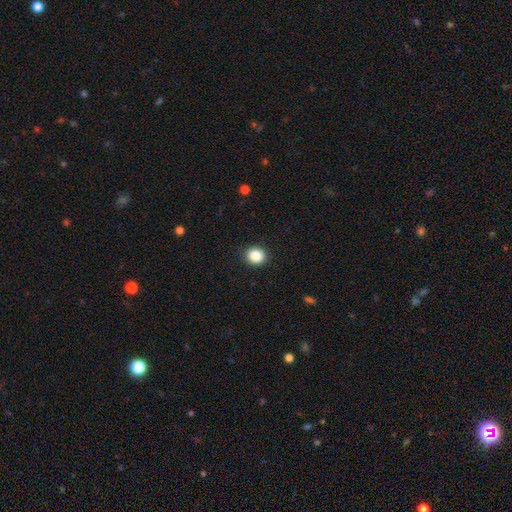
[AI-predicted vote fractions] Q: Smooth or featured?
A: smooth (87%); runner-up: star or artifact (10%)
Q: How rounded?
A: round (78%); runner-up: in between (21%)
Q: Merging?
A: none (91%); runner-up: minor disturbance (6%)